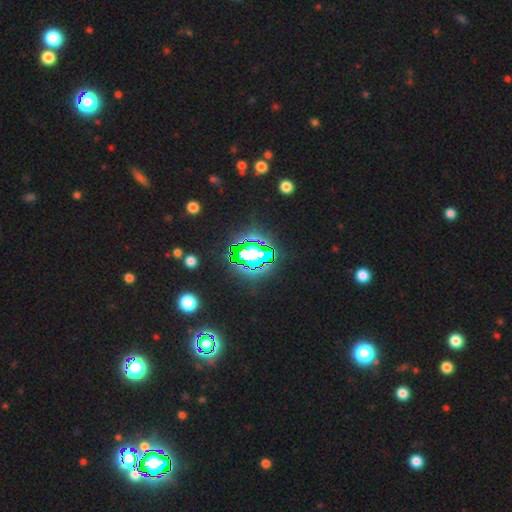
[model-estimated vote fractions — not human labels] Smooth or featured?
  - star or artifact: 68% *
  - smooth: 19%
  - featured or disk: 13%